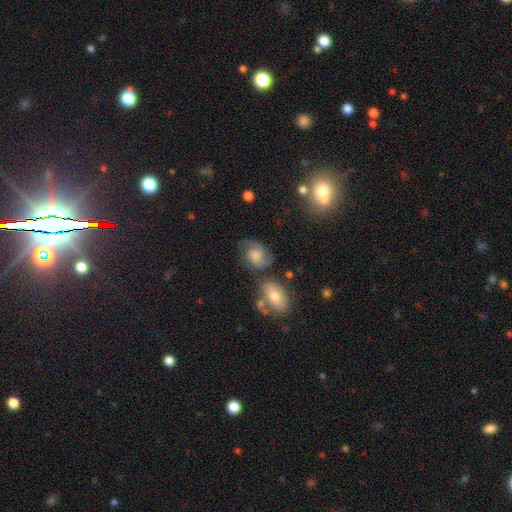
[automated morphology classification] smooth_or_featured: featured or disk (p=0.68) [alt: smooth p=0.22]
disk_edge_on: no (p=0.97) [alt: yes p=0.03]
bar: no (p=0.66) [alt: weak p=0.30]
has_spiral_arms: yes (p=0.93) [alt: no p=0.07]
spiral_winding: medium (p=0.51) [alt: tight p=0.29]
spiral_arm_count: 2 (p=0.78) [alt: can't tell p=0.09]
bulge_size: moderate (p=0.44) [alt: small p=0.23]
merging: none (p=0.65) [alt: minor disturbance p=0.19]